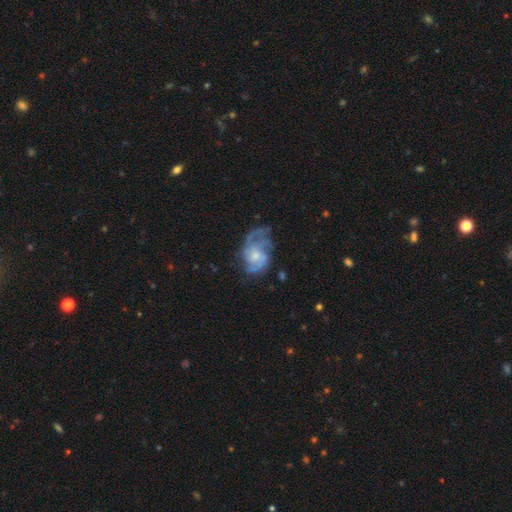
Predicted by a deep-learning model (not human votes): smooth_or_featured: featured or disk (p=0.77) [alt: smooth p=0.16]
disk_edge_on: no (p=0.97) [alt: yes p=0.03]
bar: no (p=0.66) [alt: weak p=0.30]
has_spiral_arms: yes (p=0.88) [alt: no p=0.12]
spiral_winding: medium (p=0.47) [alt: loose p=0.27]
spiral_arm_count: 2 (p=0.44) [alt: can't tell p=0.24]
bulge_size: small (p=0.43) [tied with: moderate p=0.43]
merging: none (p=0.48) [alt: major disturbance p=0.25]